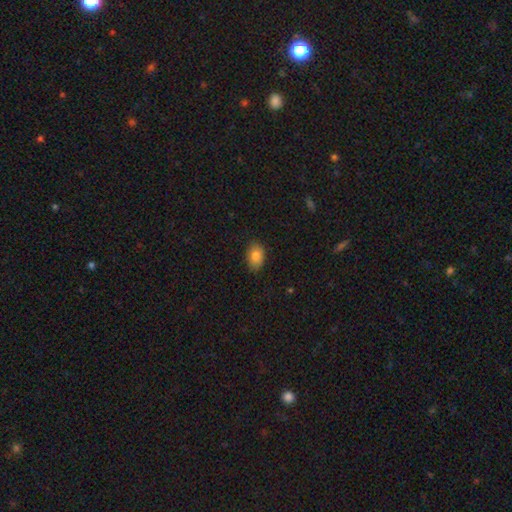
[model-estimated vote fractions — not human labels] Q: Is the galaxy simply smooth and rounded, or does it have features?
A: smooth — 82%.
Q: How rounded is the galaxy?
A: in between — 84%.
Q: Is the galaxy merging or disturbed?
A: none — 85%.